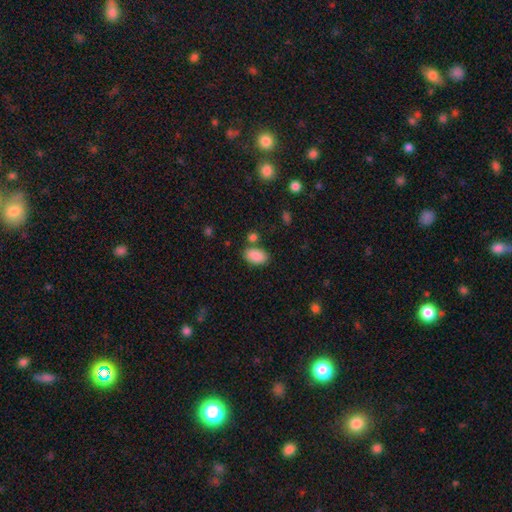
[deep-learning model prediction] smooth_or_featured: smooth (p=0.88) [alt: star or artifact p=0.08]
how_rounded: in between (p=0.92) [alt: round p=0.06]
merging: none (p=0.73) [alt: minor disturbance p=0.13]